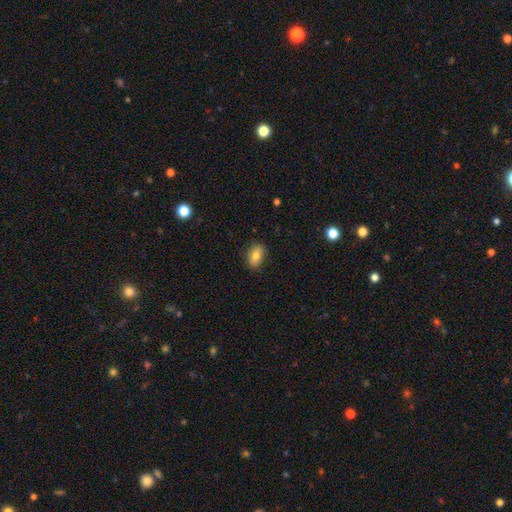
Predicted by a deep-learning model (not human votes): Smooth or featured? Predicted: smooth (p=0.78). How rounded? Predicted: in between (p=0.84). Merging? Predicted: none (p=0.85).